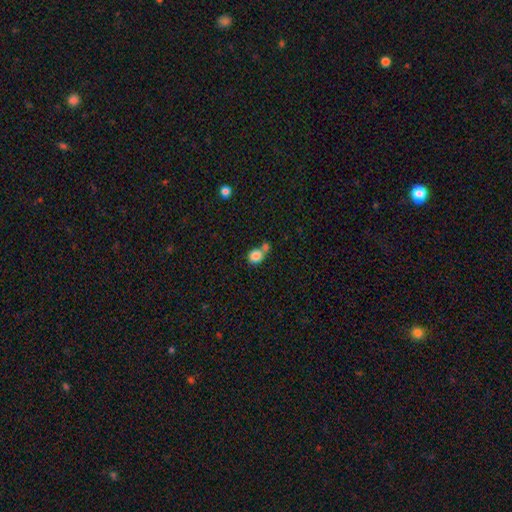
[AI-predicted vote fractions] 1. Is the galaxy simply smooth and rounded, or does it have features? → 84% smooth, 9% star or artifact, 7% featured or disk.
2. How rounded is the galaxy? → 74% round, 24% in between, 1% cigar-shaped.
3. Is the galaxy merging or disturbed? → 42% merger (tied), 42% none (tied), 11% minor disturbance, 5% major disturbance.